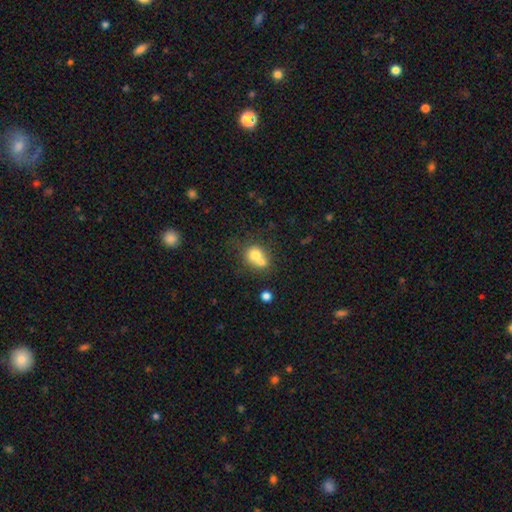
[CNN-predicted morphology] A smooth galaxy with no disk features (71%) that is round (71%). Merging: merger (57%).